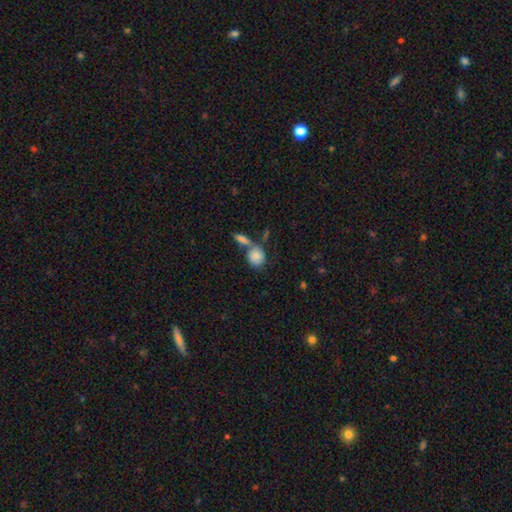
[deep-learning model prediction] Smooth or featured: smooth — 77% (featured or disk — 15%)
How rounded: round — 67% (in between — 31%)
Merging: none — 42% (merger — 41%)